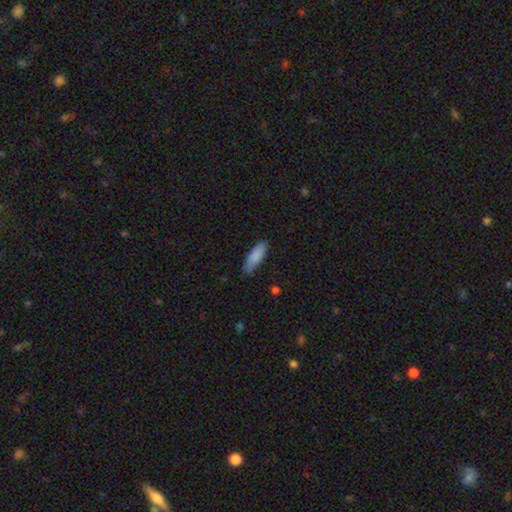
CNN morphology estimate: A smooth galaxy with no disk features (87%) that is in between round and cigar-shaped (50%). Merging: none (81%).